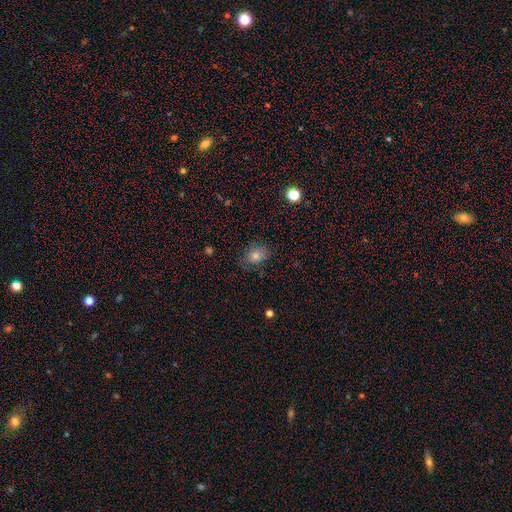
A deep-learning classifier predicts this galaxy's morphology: Q: Smooth or featured?
A: smooth (70%); runner-up: star or artifact (16%)
Q: How rounded?
A: in between (55%); runner-up: round (43%)
Q: Merging?
A: none (74%); runner-up: minor disturbance (19%)